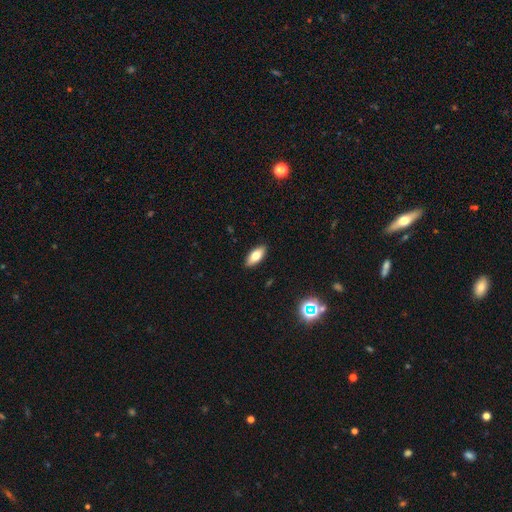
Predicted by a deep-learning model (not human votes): The model was most divided on "smooth or featured": smooth: 75%, featured or disk: 17%, star or artifact: 8%. More confident: merging — none (90%); how rounded — in between (84%).